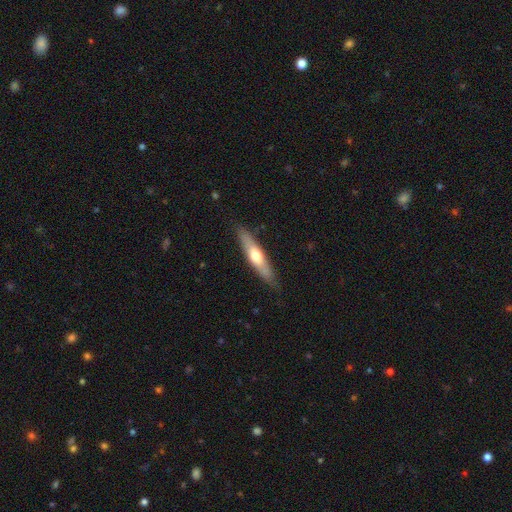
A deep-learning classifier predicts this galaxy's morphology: smooth-or-featured: smooth: 50% | featured or disk: 45% | star or artifact: 5%
  how-rounded: cigar-shaped: 80% | in between: 19% | round: 2%
  merging: none: 83% | minor disturbance: 13% | major disturbance: 3% | merger: 1%